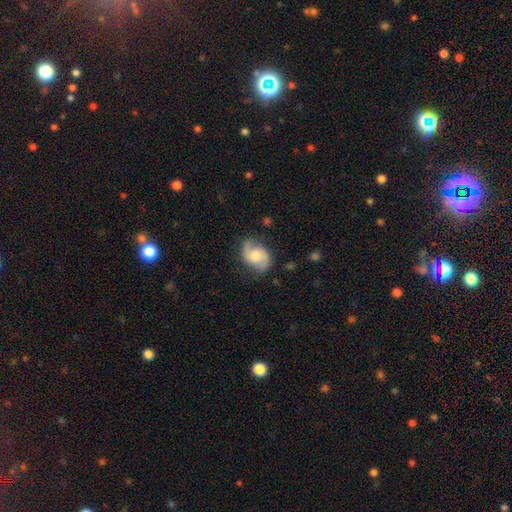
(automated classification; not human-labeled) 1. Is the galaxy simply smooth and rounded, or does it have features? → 65% featured or disk, 28% smooth, 7% star or artifact.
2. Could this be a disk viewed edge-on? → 97% no, 3% yes.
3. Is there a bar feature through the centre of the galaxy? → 59% no, 35% weak, 6% strong.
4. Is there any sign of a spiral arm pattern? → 93% yes, 7% no.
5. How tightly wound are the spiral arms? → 47% medium, 33% loose, 19% tight.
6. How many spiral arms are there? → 89% 2, 5% can't tell, 3% 1, 1% 3, 1% 4, 1% more than 4.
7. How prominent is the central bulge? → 54% moderate, 21% small, 17% large, 6% none, 2% dominant.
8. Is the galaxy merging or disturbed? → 75% none, 18% minor disturbance, 6% major disturbance, 1% merger.